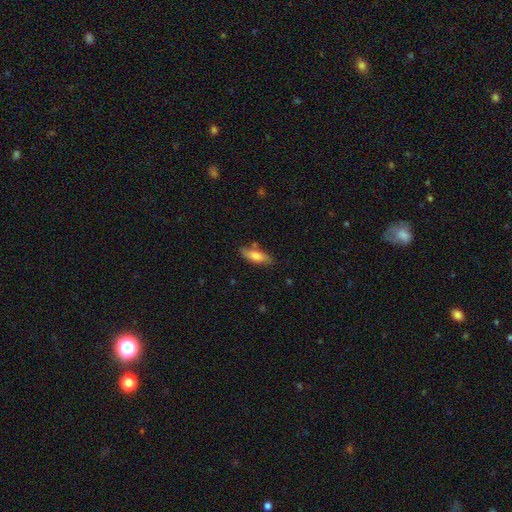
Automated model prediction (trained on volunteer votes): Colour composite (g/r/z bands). It shows a smooth galaxy with no disk features (77%) that is in between round and cigar-shaped (68%). Merging: none (73%).